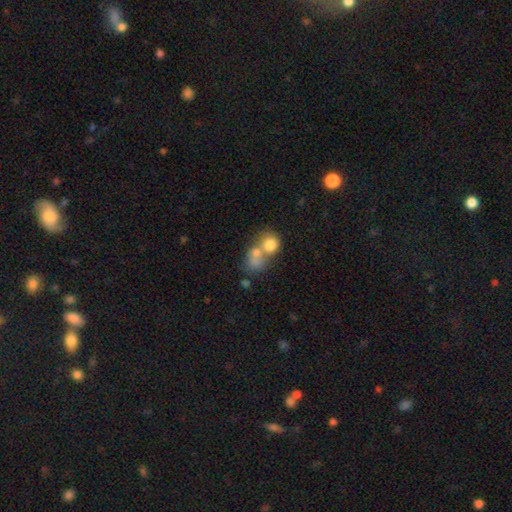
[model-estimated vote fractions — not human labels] Overall: smooth (70%). How rounded: round (65%; in between 34%). Merging: merger (66%).